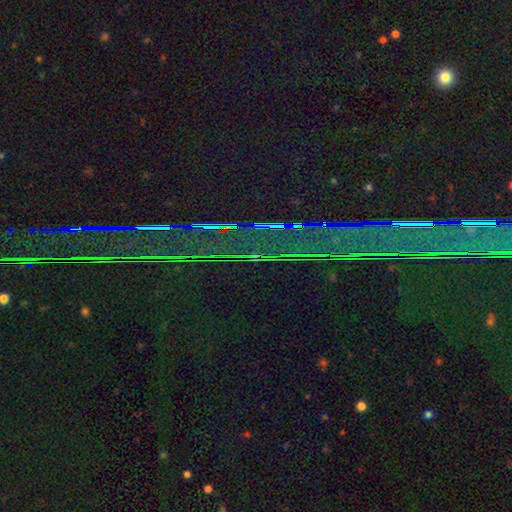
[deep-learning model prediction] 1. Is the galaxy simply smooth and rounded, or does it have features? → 88% star or artifact, 7% featured or disk, 5% smooth.